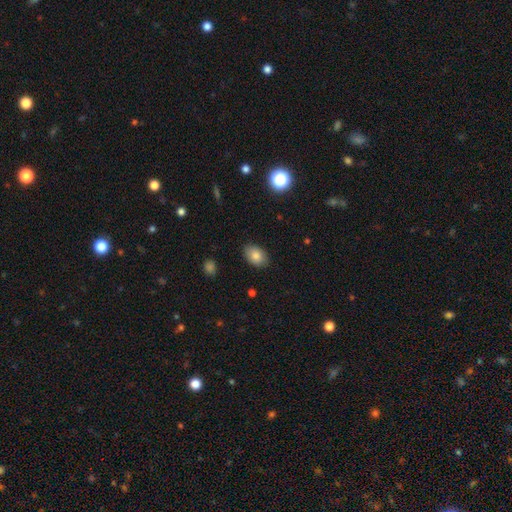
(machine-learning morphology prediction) Q: Smooth or featured?
A: smooth (84%); runner-up: star or artifact (8%)
Q: How rounded?
A: in between (83%); runner-up: round (15%)
Q: Merging?
A: none (87%); runner-up: minor disturbance (10%)